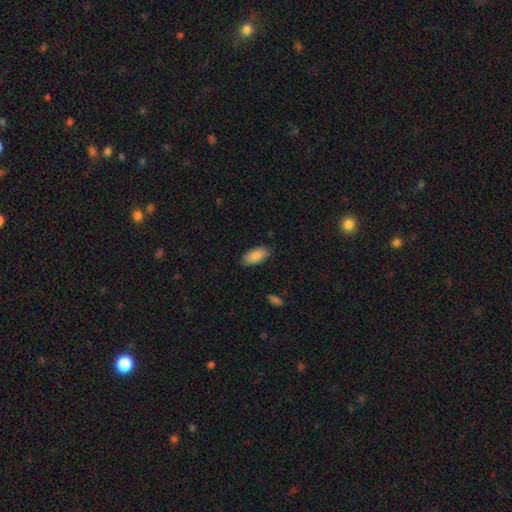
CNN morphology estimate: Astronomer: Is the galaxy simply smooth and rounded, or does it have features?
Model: smooth — 88%.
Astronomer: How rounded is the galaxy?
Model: in between — 92%.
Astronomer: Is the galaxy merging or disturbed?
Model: none — 85%.